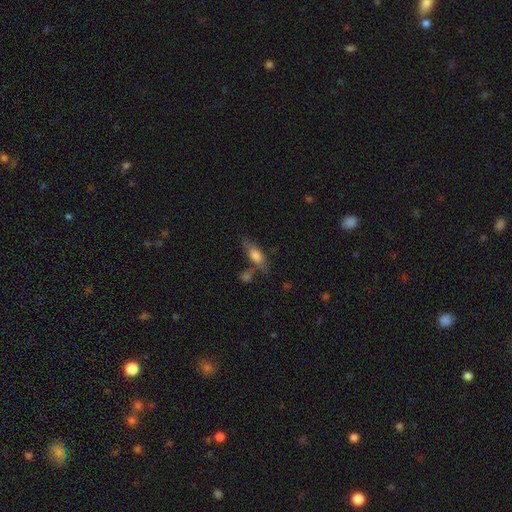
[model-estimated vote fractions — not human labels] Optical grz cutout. It shows a smooth galaxy with no disk features (67%) that is in between round and cigar-shaped (63%). Merging: none (61%).